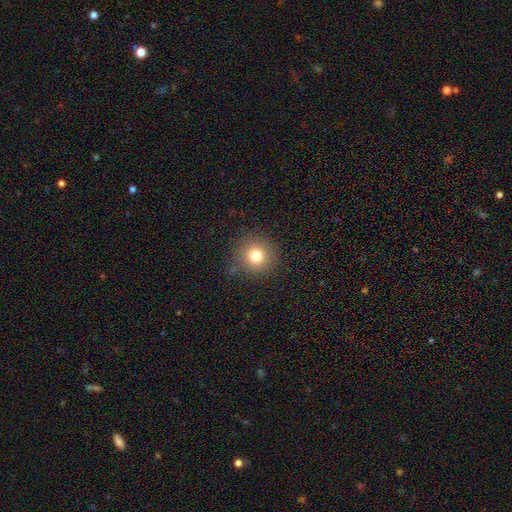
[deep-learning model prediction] Q: Smooth or featured?
A: smooth (77%); runner-up: star or artifact (14%)
Q: How rounded?
A: round (93%); runner-up: in between (6%)
Q: Merging?
A: none (85%); runner-up: minor disturbance (10%)